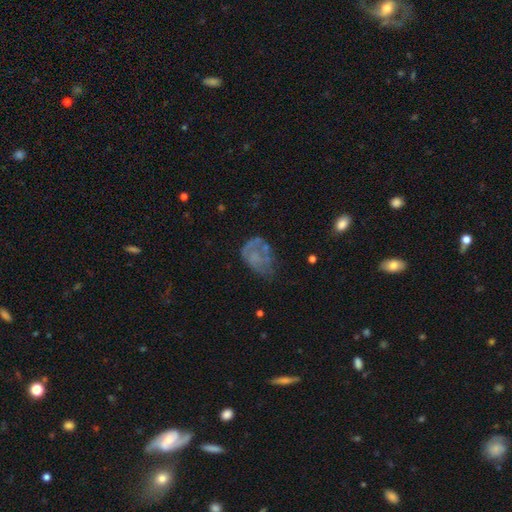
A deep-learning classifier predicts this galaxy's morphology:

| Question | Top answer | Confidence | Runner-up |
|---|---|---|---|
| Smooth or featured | featured or disk | 44% | smooth (41%) |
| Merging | major disturbance | 34% | none (33%) |